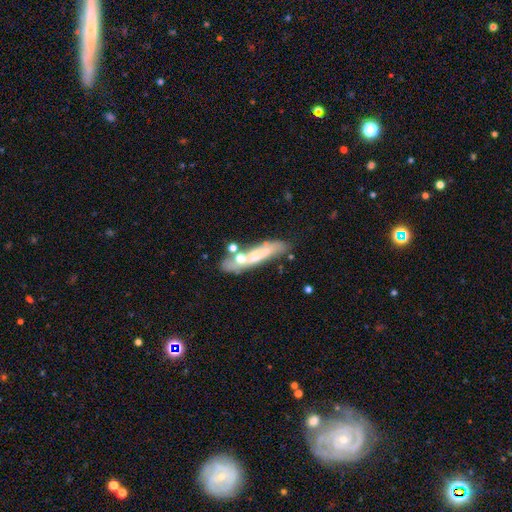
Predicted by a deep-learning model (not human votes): A smooth galaxy with no disk features (48%).

Vote fractions:
- Smooth or featured? smooth: 48% / featured or disk: 43% / star or artifact: 9%
- Merging? none: 48% / merger: 23% / minor disturbance: 19% / major disturbance: 10%